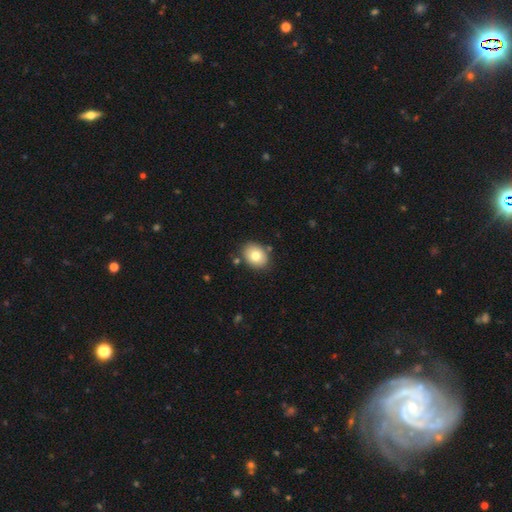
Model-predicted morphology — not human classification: Smooth or featured: smooth — 78% (featured or disk — 14%)
How rounded: in between — 61% (round — 38%)
Merging: none — 83% (minor disturbance — 10%)